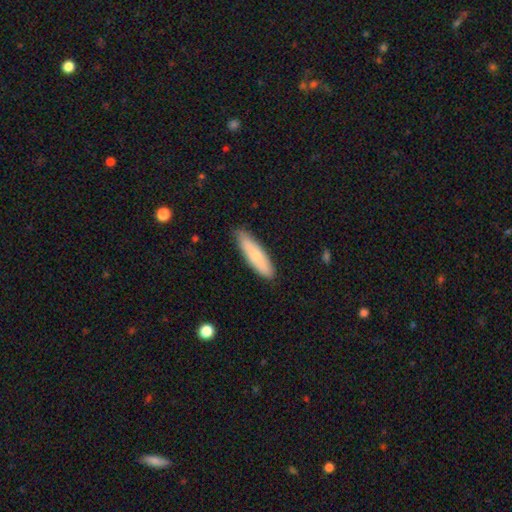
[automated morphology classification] This is likely a smooth galaxy (70%). How rounded: likely cigar-shaped (65%). Merging: clearly none (85%).